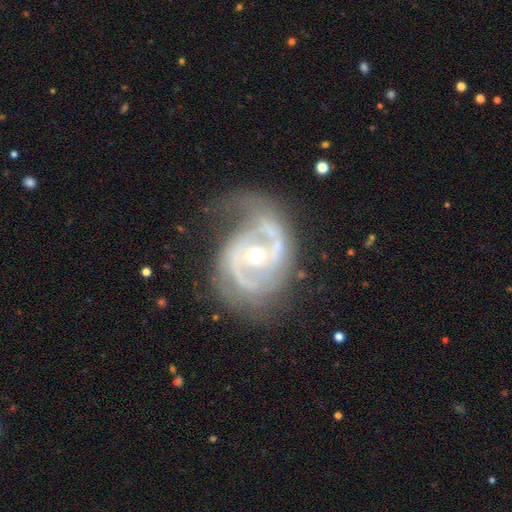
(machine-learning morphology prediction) Smooth or featured: featured or disk — 87% (smooth — 7%)
Edge-on disk: no — 97% (yes — 3%)
Bar: no — 51% (weak — 32%)
Spiral arms: yes — 91% (no — 9%)
Spiral winding: medium — 46% (tight — 36%)
Spiral arm count: 2 — 72% (can't tell — 12%)
Bulge size: moderate — 57% (small — 38%)
Merging: none — 51% (minor disturbance — 25%)